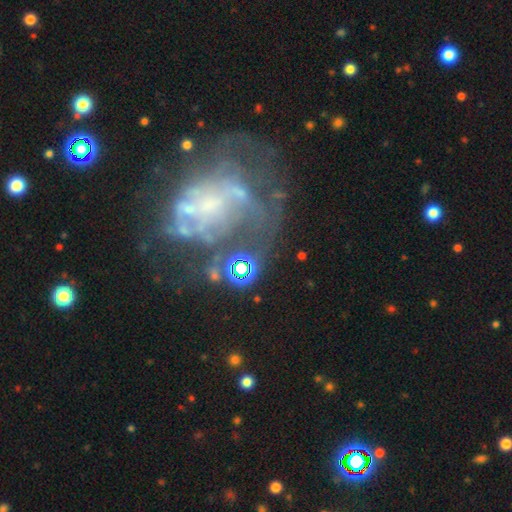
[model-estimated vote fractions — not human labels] The model was most divided on "merging": none: 37%, major disturbance: 35%, minor disturbance: 18%, merger: 10%. More confident: edge-on disk — no (98%); bar — no (81%); smooth or featured — featured or disk (64%); spiral arms — no (63%); bulge size — none (54%).